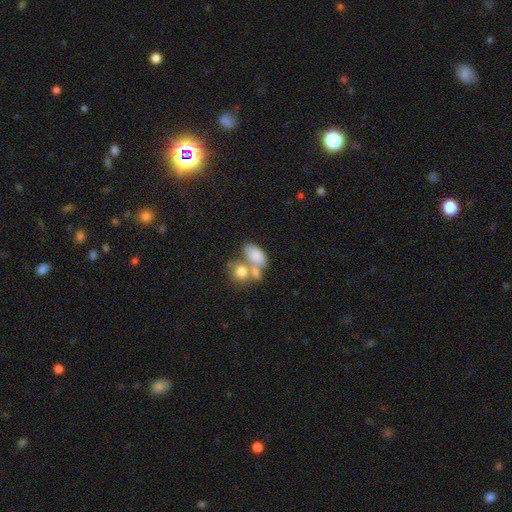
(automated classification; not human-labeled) This appears to be a smooth galaxy with no disk features (75%) that is in between round and cigar-shaped (87%). Merging: merger (53%).